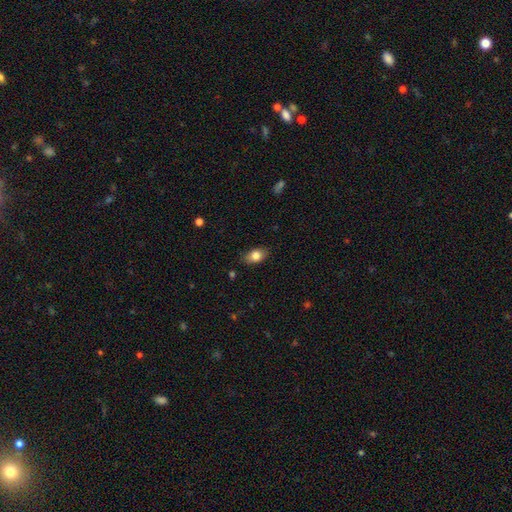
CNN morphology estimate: smooth-or-featured: smooth: 82% | featured or disk: 10% | star or artifact: 8%
  how-rounded: in between: 85% | round: 13% | cigar-shaped: 3%
  merging: none: 83% | minor disturbance: 13% | major disturbance: 3% | merger: 1%